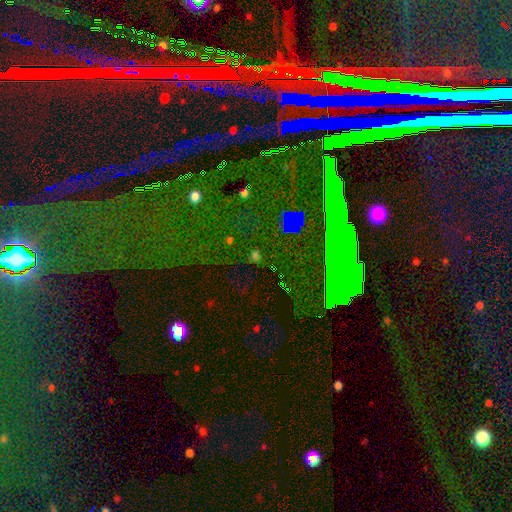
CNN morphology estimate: A star or artifact, not a galaxy (69%).

Vote fractions:
- Smooth or featured? star or artifact: 69% / featured or disk: 16% / smooth: 15%